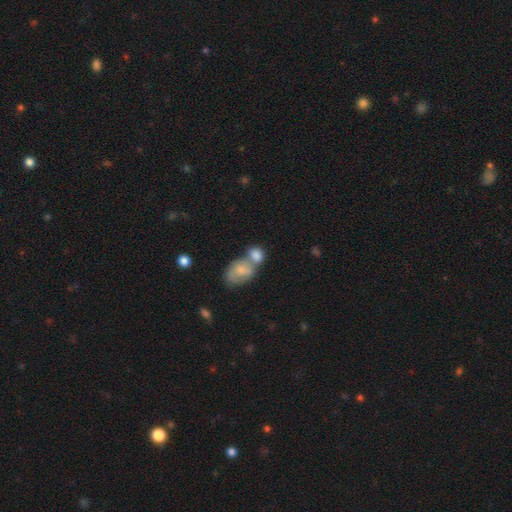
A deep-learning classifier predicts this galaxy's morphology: This appears to be a smooth galaxy with no disk features (45%). Merging: merger (43%).